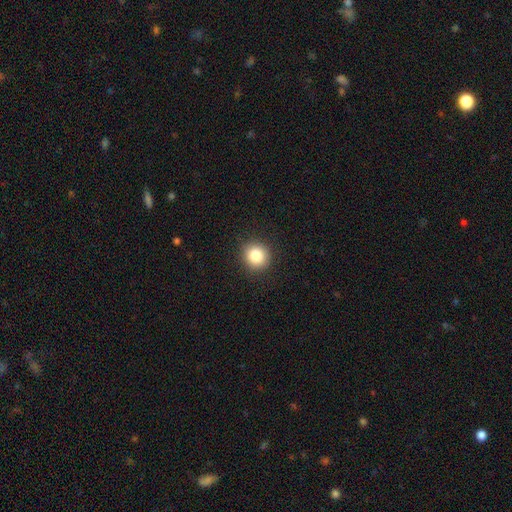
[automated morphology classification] A smooth galaxy with no disk features (85%) that is round (91%).

Vote fractions:
- Smooth or featured? smooth: 85% / star or artifact: 10% / featured or disk: 5%
- How rounded? round: 91% / in between: 8% / cigar-shaped: 1%
- Merging? none: 91% / minor disturbance: 6% / major disturbance: 2% / merger: 1%